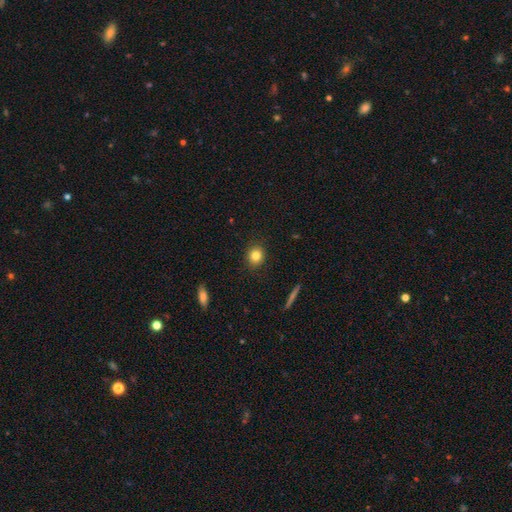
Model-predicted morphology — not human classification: Smooth or featured: smooth — 82% (star or artifact — 11%)
How rounded: round — 80% (in between — 19%)
Merging: none — 90% (minor disturbance — 7%)